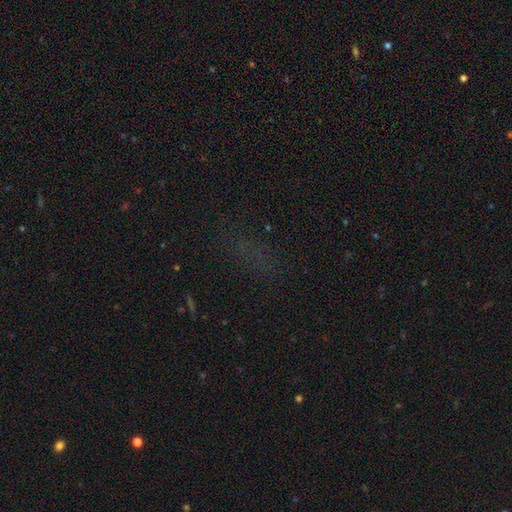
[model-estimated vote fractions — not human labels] Smooth or featured?
  - star or artifact: 57% *
  - smooth: 29%
  - featured or disk: 13%